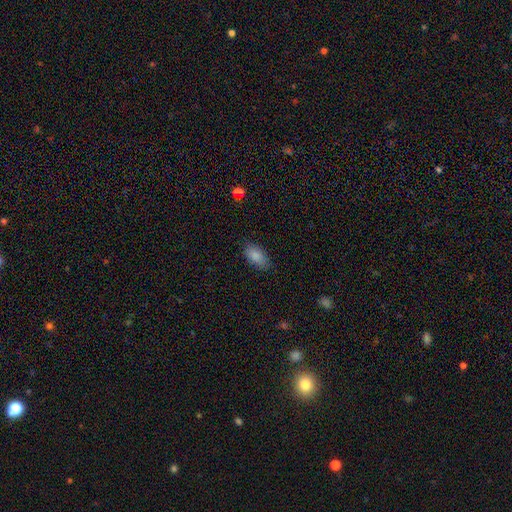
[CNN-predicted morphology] This is clearly a smooth galaxy (87%). How rounded: clearly in between (92%). Merging: clearly none (82%).